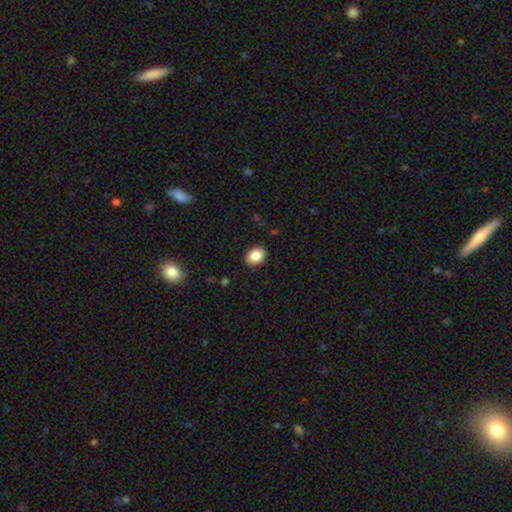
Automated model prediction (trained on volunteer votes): Smooth or featured: smooth — 86% (star or artifact — 8%)
How rounded: in between — 63% (round — 36%)
Merging: none — 89% (minor disturbance — 8%)